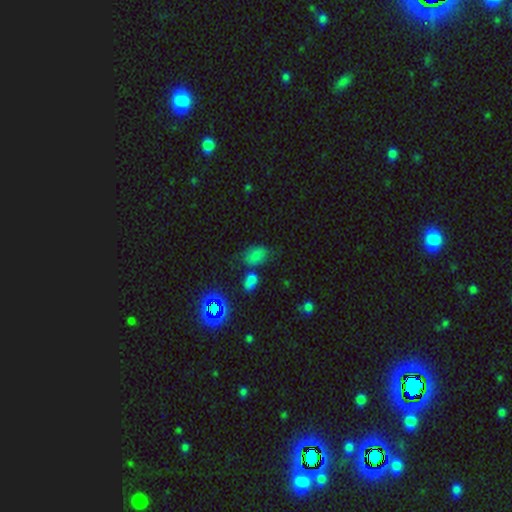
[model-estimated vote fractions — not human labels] Smooth or featured? smooth (70%)
How rounded? in between (83%)
Merging? none (54%)